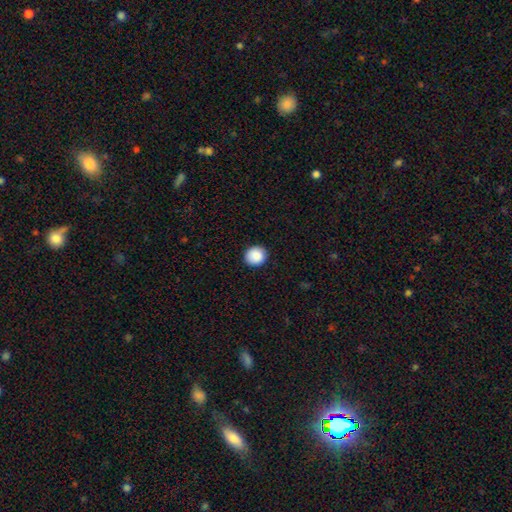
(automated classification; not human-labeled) Smooth or featured: smooth — 89% (star or artifact — 8%)
How rounded: round — 89% (in between — 10%)
Merging: none — 91% (minor disturbance — 6%)